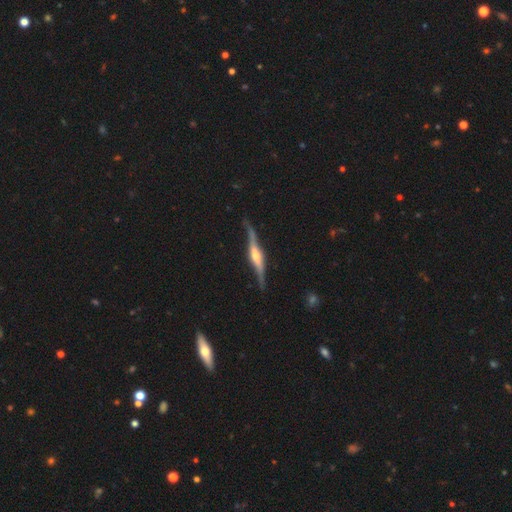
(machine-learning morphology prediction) smooth-or-featured: featured or disk: 82% | smooth: 14% | star or artifact: 5%
  disk-edge-on: yes: 94% | no: 6%
    edge-on-bulge: rounded: 76% | boxy: 18% | none: 6%
  merging: none: 74% | minor disturbance: 18% | major disturbance: 6% | merger: 2%